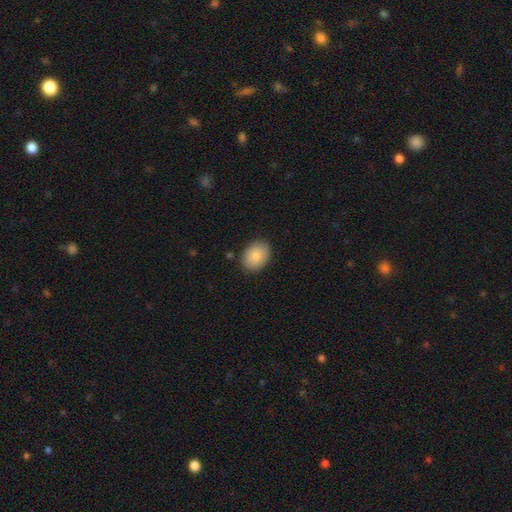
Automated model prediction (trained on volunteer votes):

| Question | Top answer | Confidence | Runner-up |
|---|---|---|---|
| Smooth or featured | smooth | 86% | featured or disk (7%) |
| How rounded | in between | 78% | round (21%) |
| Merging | none | 87% | minor disturbance (9%) |